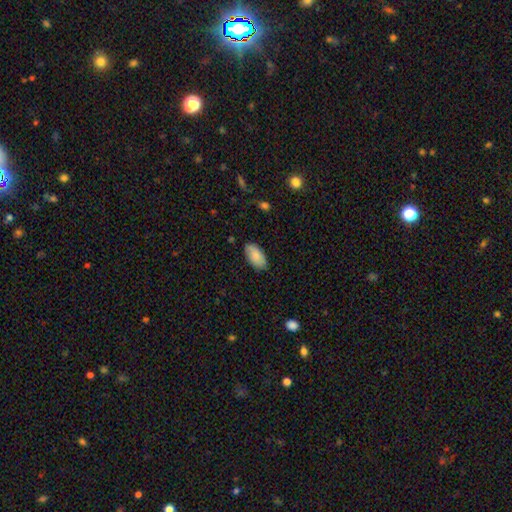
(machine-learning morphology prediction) Smooth or featured?
  - smooth: 84% *
  - featured or disk: 10%
  - star or artifact: 6%
How rounded?
  - in between: 95% *
  - round: 3%
  - cigar-shaped: 3%
Merging?
  - none: 81% *
  - minor disturbance: 15%
  - major disturbance: 3%
  - merger: 1%